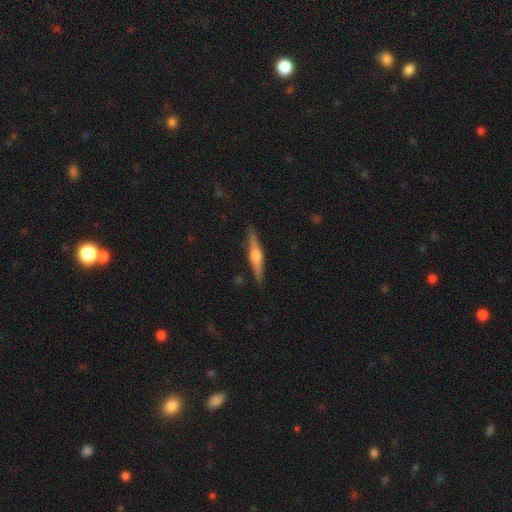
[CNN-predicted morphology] This appears to be a featured or disk galaxy (61%) viewed edge-on (97%) with a rounded central bulge (84%). Merging: none (89%).